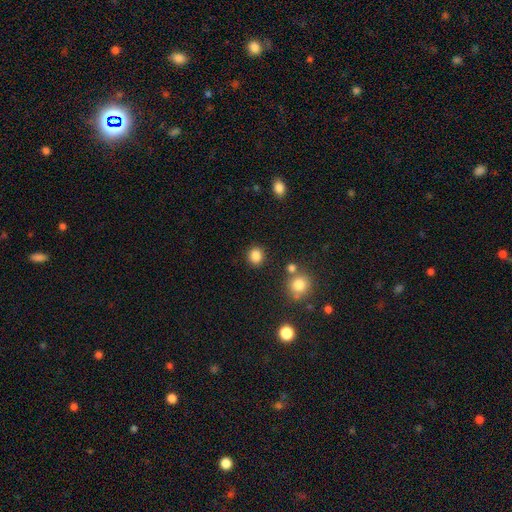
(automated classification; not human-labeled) smooth-or-featured: smooth: 85% | star or artifact: 11% | featured or disk: 4%
  how-rounded: round: 83% | in between: 16% | cigar-shaped: 1%
  merging: none: 86% | minor disturbance: 8% | merger: 4% | major disturbance: 3%